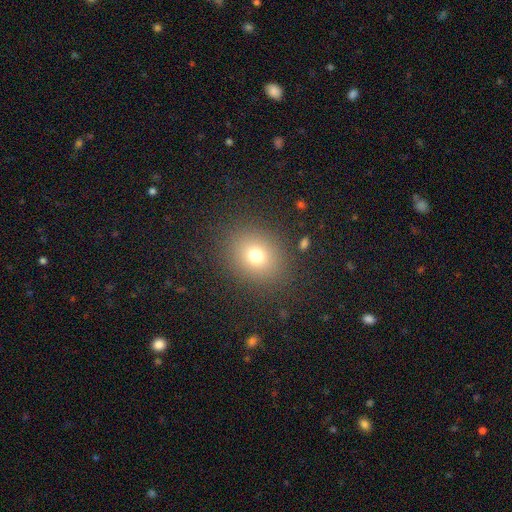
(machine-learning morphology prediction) Overall: smooth (73%). How rounded: round (63%; in between 36%). Merging: none (86%).